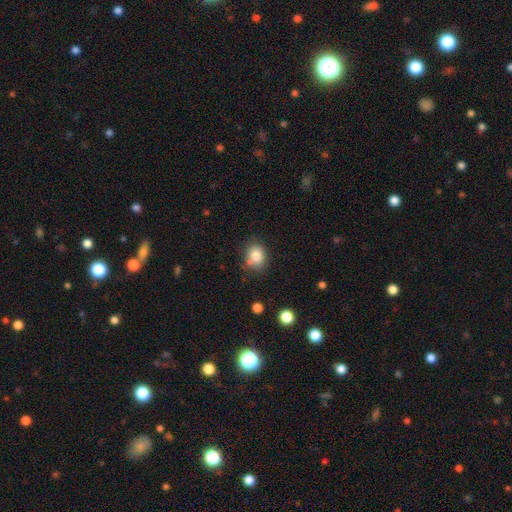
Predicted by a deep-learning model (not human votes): Smooth or featured: smooth — 83% (star or artifact — 10%)
How rounded: round — 53% (in between — 46%)
Merging: none — 69% (minor disturbance — 19%)